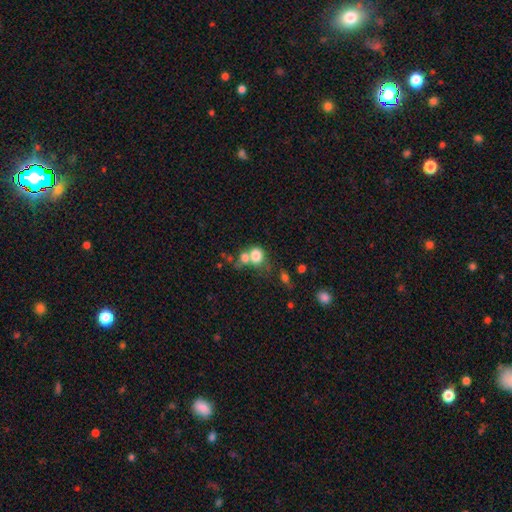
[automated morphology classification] type=smooth (77%); roundness=round (57%); merging=merger (51%).